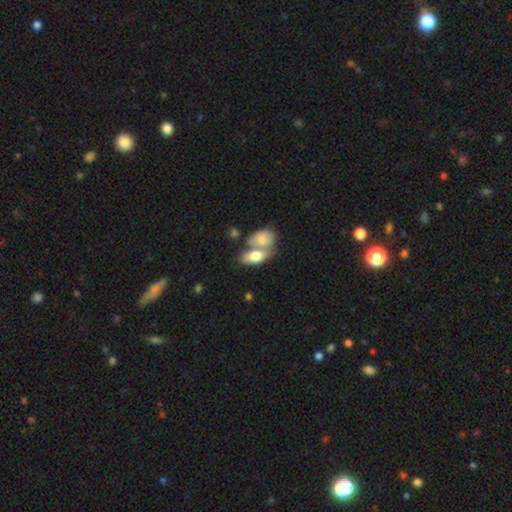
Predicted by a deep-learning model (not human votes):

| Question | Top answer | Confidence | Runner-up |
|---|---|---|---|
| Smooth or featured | smooth | 76% | featured or disk (18%) |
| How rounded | in between | 89% | round (7%) |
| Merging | merger | 61% | none (25%) |